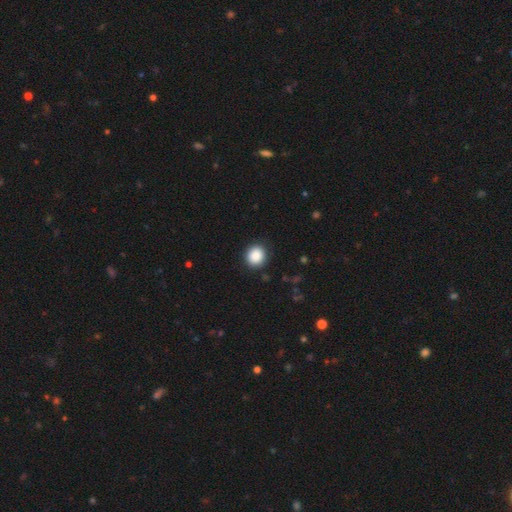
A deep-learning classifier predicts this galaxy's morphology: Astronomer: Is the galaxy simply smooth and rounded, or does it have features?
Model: smooth — 88%.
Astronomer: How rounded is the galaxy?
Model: round — 83%.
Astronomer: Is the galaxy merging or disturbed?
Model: none — 90%.